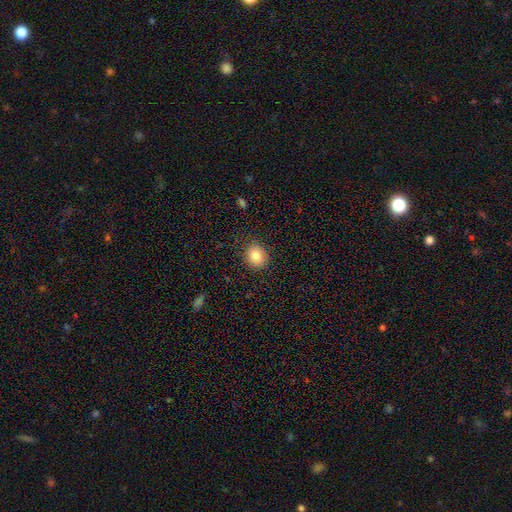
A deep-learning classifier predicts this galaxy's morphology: Overall: smooth (84%). How rounded: round (76%). Merging: none (89%).